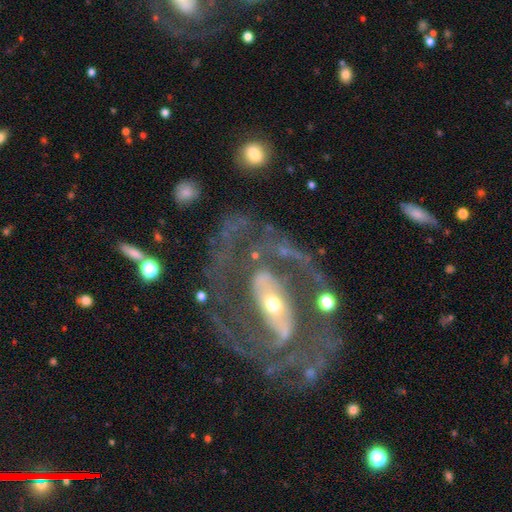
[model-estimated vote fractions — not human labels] Smooth or featured? featured or disk (88%)
Edge-on disk? no (96%)
Bar? strong (47%)
Spiral arms? yes (90%)
Spiral winding? medium (50%)
Spiral arm count? 2 (77%)
Bulge size? moderate (49%)
Merging? none (59%)